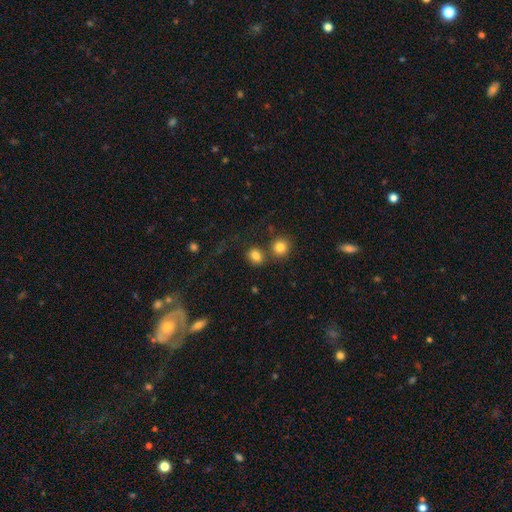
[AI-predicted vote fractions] Morphology: type=smooth (81%); roundness=round (57%); merging=none (60%).